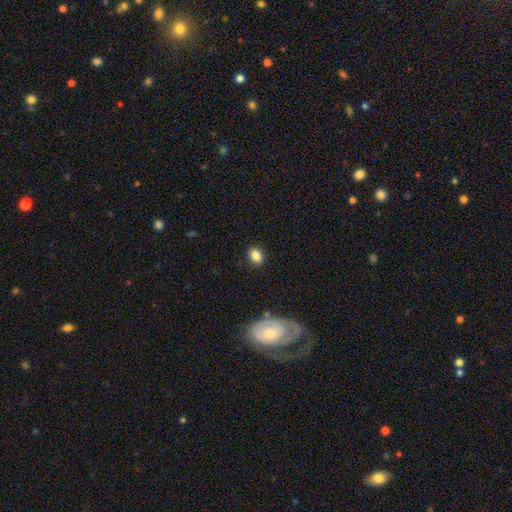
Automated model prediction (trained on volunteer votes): Smooth or featured? smooth (84%)
How rounded? in between (67%)
Merging? none (87%)